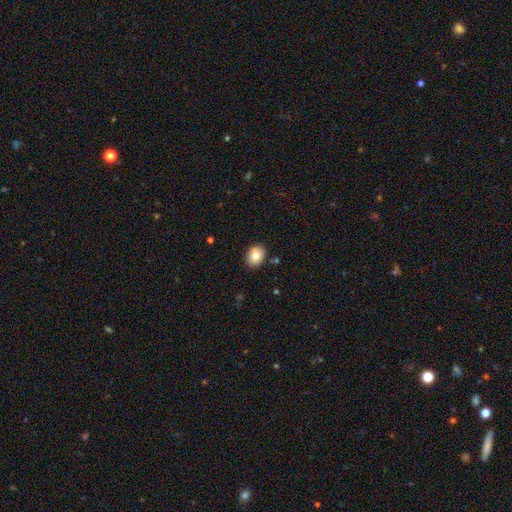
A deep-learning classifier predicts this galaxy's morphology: Overall: smooth (82%). How rounded: in between (57%; round 42%). Merging: none (87%).